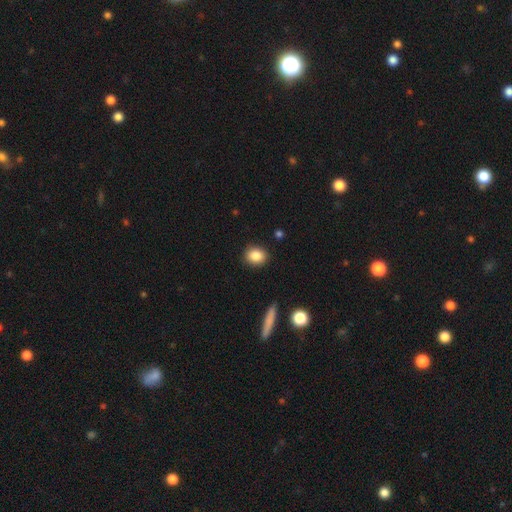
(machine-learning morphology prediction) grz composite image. It shows a smooth galaxy with no disk features (86%) that is round (53%). Merging: none (88%).